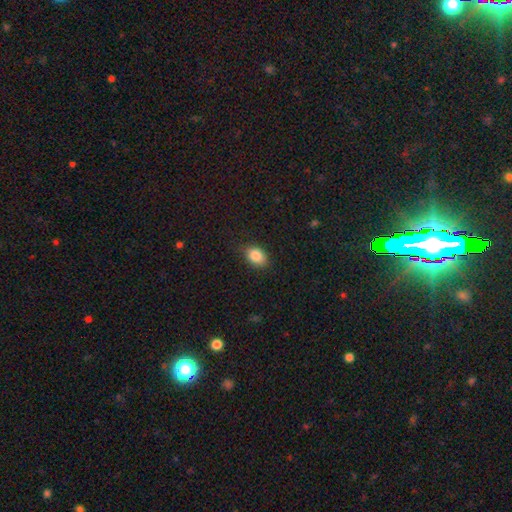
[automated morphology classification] Smooth or featured? Predicted: smooth (p=0.85). How rounded? Predicted: in between (p=0.80). Merging? Predicted: none (p=0.82).